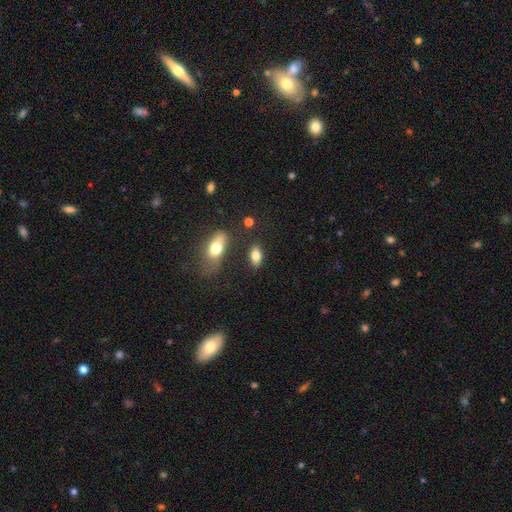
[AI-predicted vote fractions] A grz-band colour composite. It shows a smooth galaxy with no disk features (81%) that is in between round and cigar-shaped (88%). Merging: none (81%).